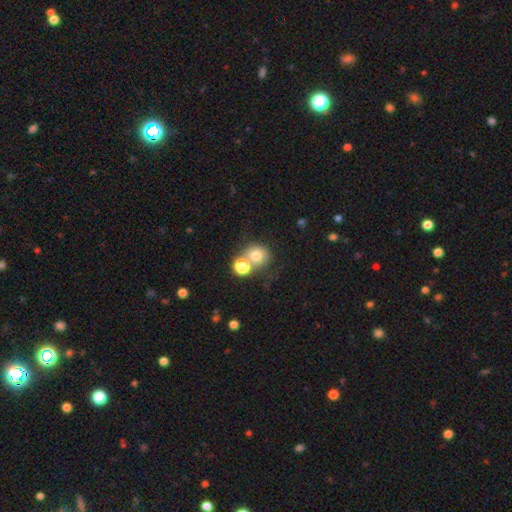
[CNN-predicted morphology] smooth 75%, star or artifact 13%, featured or disk 12%. Down the decision tree: how rounded — round (83%); merging — none (50%).